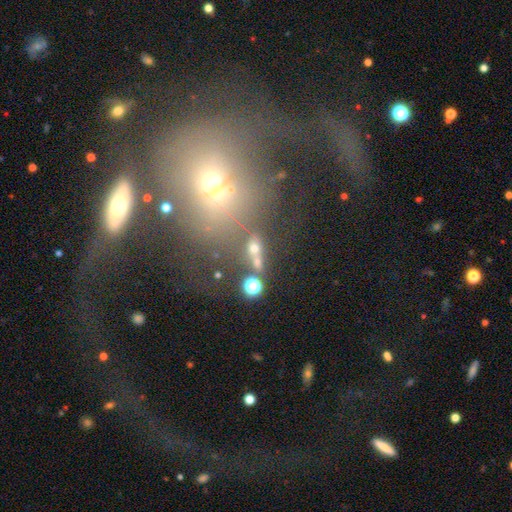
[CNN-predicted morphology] Smooth or featured: smooth — 50% (star or artifact — 25%)
How rounded: in between — 48% (round — 35%)
Merging: none — 51% (merger — 26%)